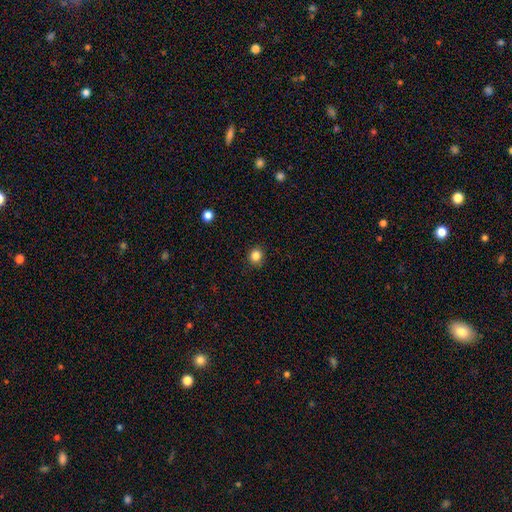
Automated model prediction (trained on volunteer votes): Q: Smooth or featured?
A: smooth (85%); runner-up: star or artifact (11%)
Q: How rounded?
A: round (86%); runner-up: in between (13%)
Q: Merging?
A: none (90%); runner-up: minor disturbance (7%)